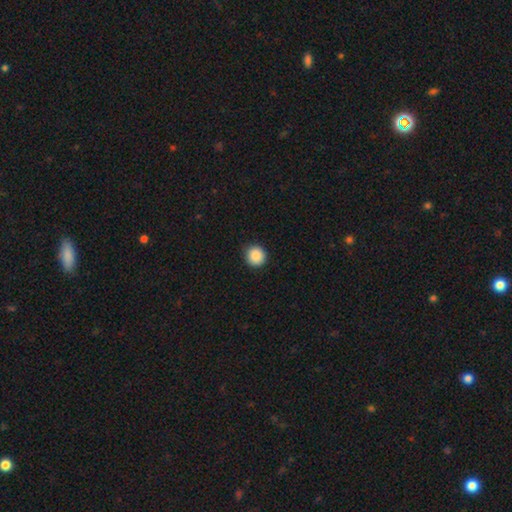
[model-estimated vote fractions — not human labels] Q: Smooth or featured?
A: smooth (88%); runner-up: star or artifact (9%)
Q: How rounded?
A: round (94%); runner-up: in between (5%)
Q: Merging?
A: none (91%); runner-up: minor disturbance (6%)